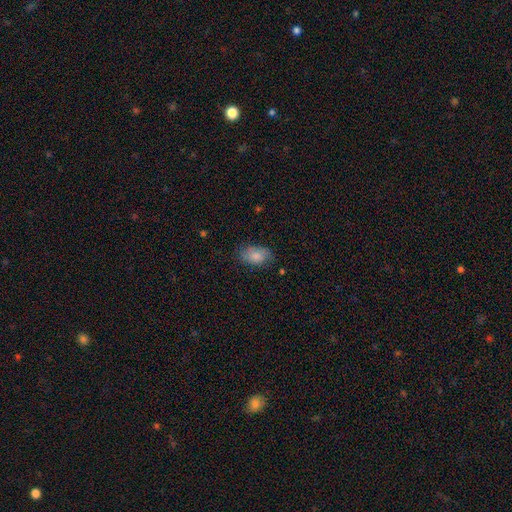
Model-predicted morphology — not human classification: This is likely a smooth galaxy (79%). How rounded: clearly in between (90%). Merging: likely none (68%).